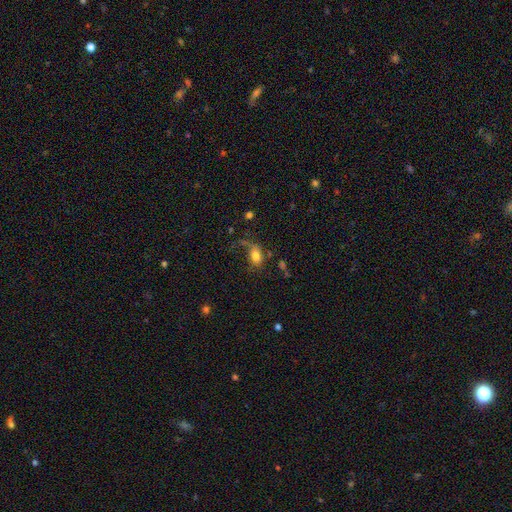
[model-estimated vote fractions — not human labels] Morphology: type=smooth (74%); roundness=in between (80%); merging=none (43%).